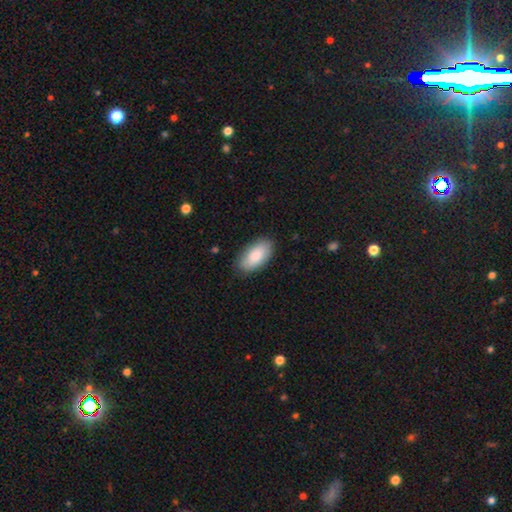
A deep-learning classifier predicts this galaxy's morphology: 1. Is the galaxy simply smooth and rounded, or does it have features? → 84% smooth, 11% featured or disk, 5% star or artifact.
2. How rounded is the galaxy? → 94% in between, 3% cigar-shaped, 2% round.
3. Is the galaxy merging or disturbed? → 84% none, 12% minor disturbance, 3% major disturbance, 1% merger.